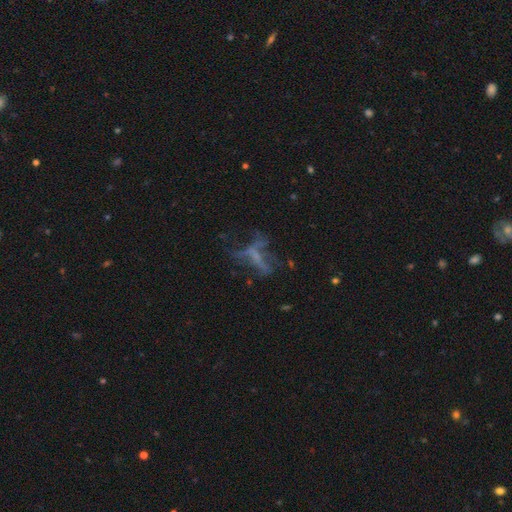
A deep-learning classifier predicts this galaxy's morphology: smooth_or_featured: featured or disk (p=0.50) [alt: star or artifact p=0.26]
merging: none (p=0.39) [alt: major disturbance p=0.37]